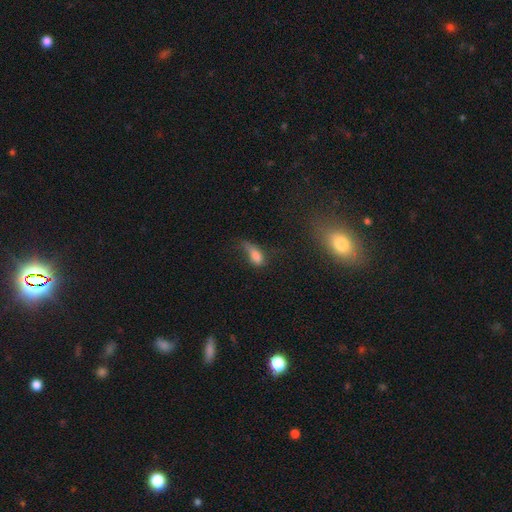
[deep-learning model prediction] A smooth galaxy with no disk features (71%) that is in between round and cigar-shaped (77%).

Vote fractions:
- Smooth or featured? smooth: 71% / featured or disk: 17% / star or artifact: 12%
- How rounded? in between: 77% / cigar-shaped: 17% / round: 6%
- Merging? major disturbance: 43% / minor disturbance: 29% / none: 22% / merger: 6%